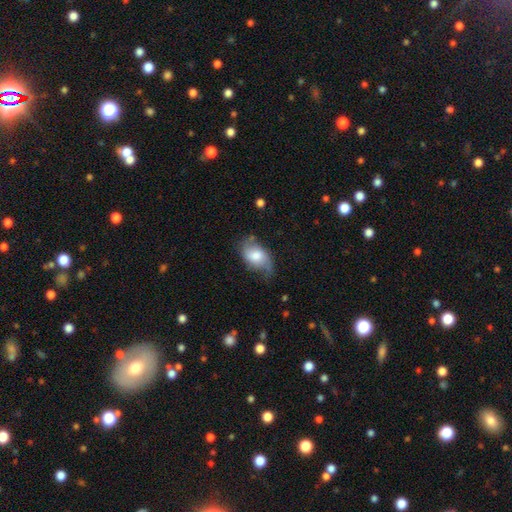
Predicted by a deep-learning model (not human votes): This is possibly a smooth galaxy (57%). How rounded: clearly in between (88%). Merging: possibly none (49%).